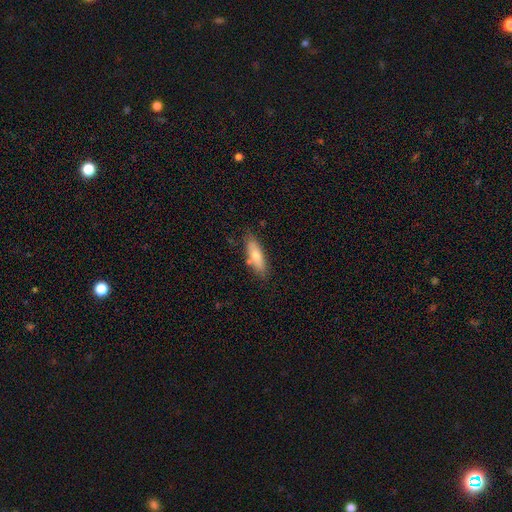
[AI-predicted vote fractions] smooth_or_featured: smooth (p=0.70) [alt: featured or disk p=0.23]
how_rounded: in between (p=0.56) [alt: cigar-shaped p=0.41]
merging: none (p=0.76) [alt: minor disturbance p=0.15]